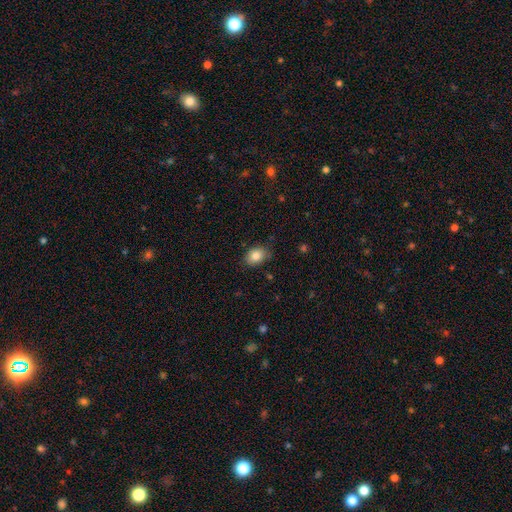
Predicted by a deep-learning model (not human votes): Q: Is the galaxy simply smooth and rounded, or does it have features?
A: smooth — 84%.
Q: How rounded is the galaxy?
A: in between — 75%.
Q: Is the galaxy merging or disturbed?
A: none — 81%.